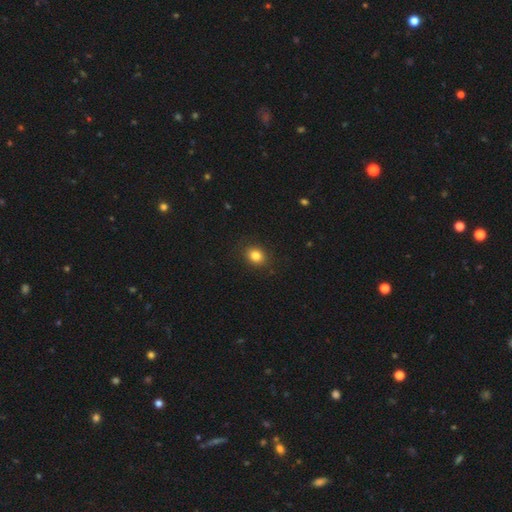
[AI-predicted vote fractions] A smooth galaxy with no disk features (83%) that is round (57%).

Vote fractions:
- Smooth or featured? smooth: 83% / star or artifact: 11% / featured or disk: 6%
- How rounded? round: 57% / in between: 42% / cigar-shaped: 1%
- Merging? none: 89% / minor disturbance: 8% / major disturbance: 2% / merger: 1%